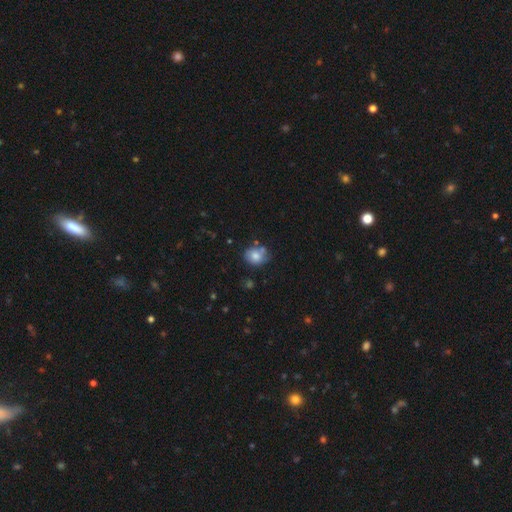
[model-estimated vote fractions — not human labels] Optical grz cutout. It shows a smooth galaxy with no disk features (75%) that is round (56%). Merging: none (57%).